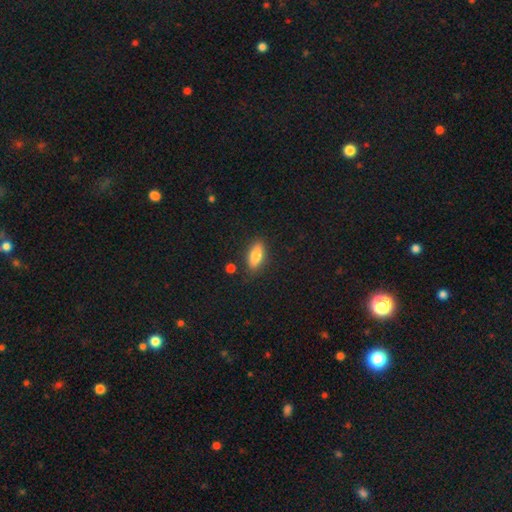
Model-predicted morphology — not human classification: type=smooth (79%); roundness=in between (76%); merging=none (82%).